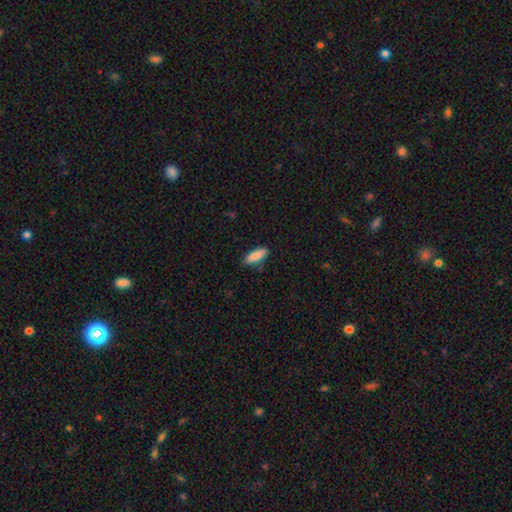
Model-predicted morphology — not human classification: Overall: smooth (88%). How rounded: in between (60%; cigar-shaped 38%). Merging: none (79%).